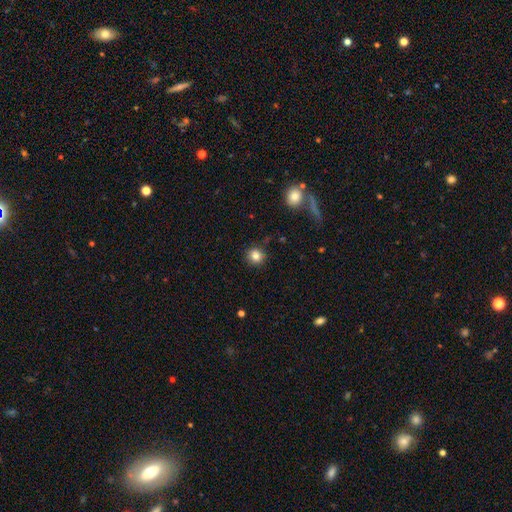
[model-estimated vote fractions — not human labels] smooth-or-featured: smooth: 83% | star or artifact: 11% | featured or disk: 6%
  how-rounded: round: 89% | in between: 10% | cigar-shaped: 1%
  merging: none: 89% | minor disturbance: 7% | major disturbance: 2% | merger: 2%